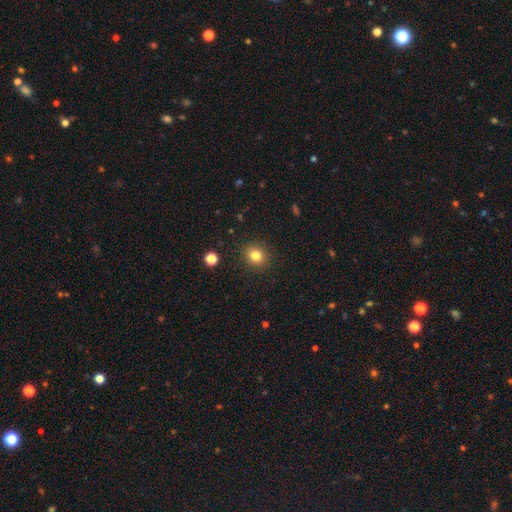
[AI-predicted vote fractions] A smooth galaxy with no disk features (81%) that is round (80%). Merging: none (89%).